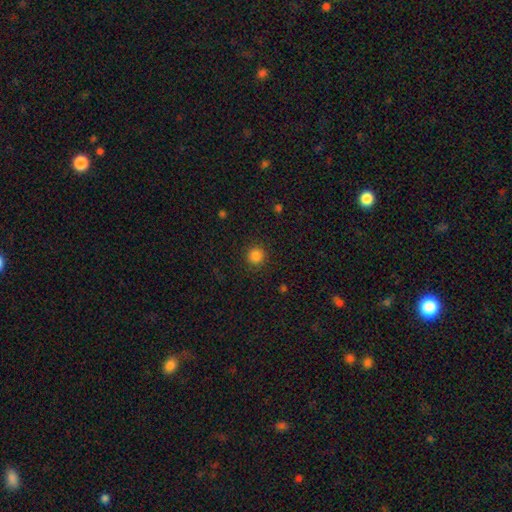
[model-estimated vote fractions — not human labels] Smooth or featured: smooth — 85% (star or artifact — 12%)
How rounded: round — 94% (in between — 5%)
Merging: none — 91% (minor disturbance — 6%)